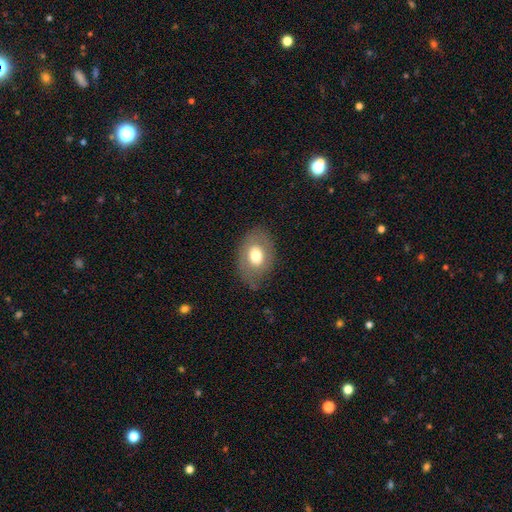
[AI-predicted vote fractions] Morphology: type=smooth (63%); roundness=in between (76%); merging=none (74%).